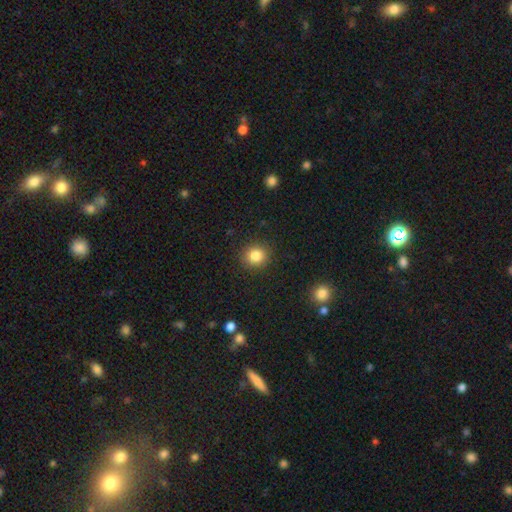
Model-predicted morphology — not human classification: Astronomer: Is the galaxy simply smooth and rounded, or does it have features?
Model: smooth — 84%.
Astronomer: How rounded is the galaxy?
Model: round — 87%.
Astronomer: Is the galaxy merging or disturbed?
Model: none — 90%.